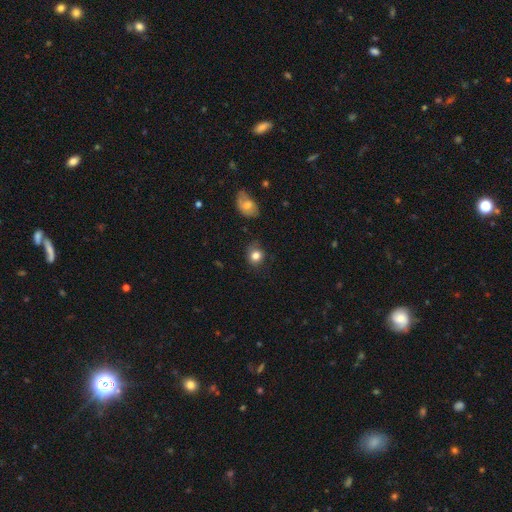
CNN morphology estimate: A smooth galaxy with no disk features (82%) that is round (76%). Merging: none (69%).